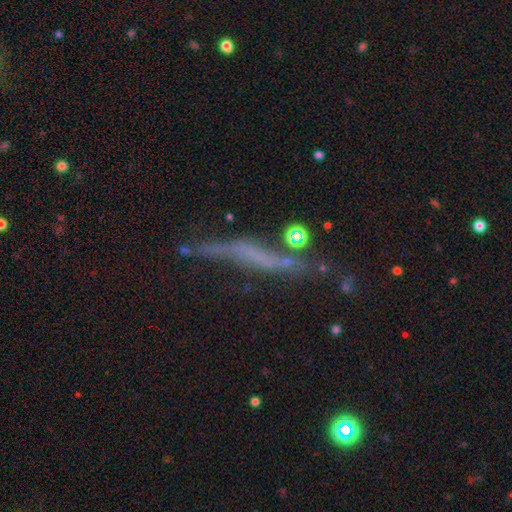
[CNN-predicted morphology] Smooth or featured? featured or disk (55%)
Edge-on disk? yes (75%)
Merging? none (52%)